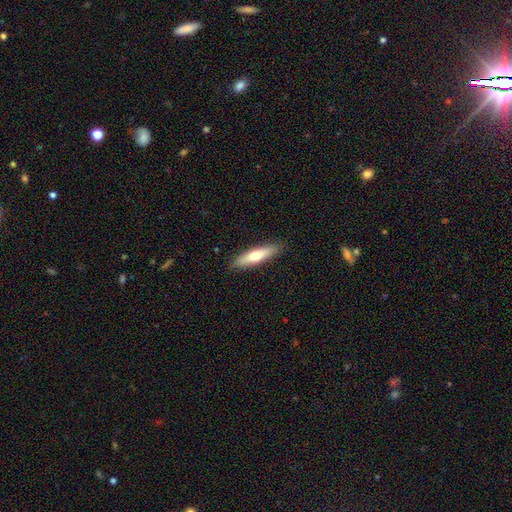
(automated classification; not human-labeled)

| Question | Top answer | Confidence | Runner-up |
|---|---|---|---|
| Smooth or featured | smooth | 58% | featured or disk (37%) |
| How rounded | cigar-shaped | 75% | in between (23%) |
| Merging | none | 90% | minor disturbance (8%) |